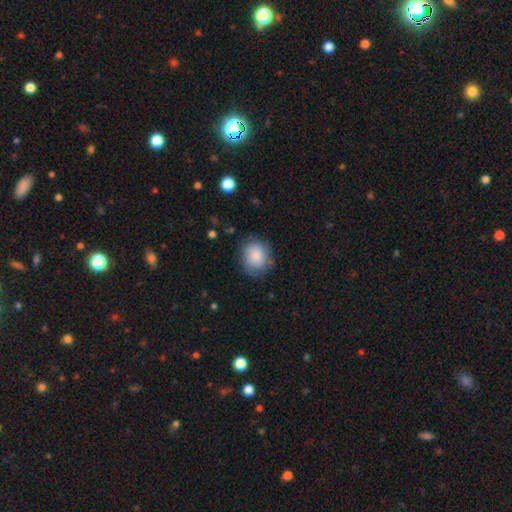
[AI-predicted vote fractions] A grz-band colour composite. It shows a smooth galaxy with no disk features (81%) that is round (64%). Merging: none (74%).